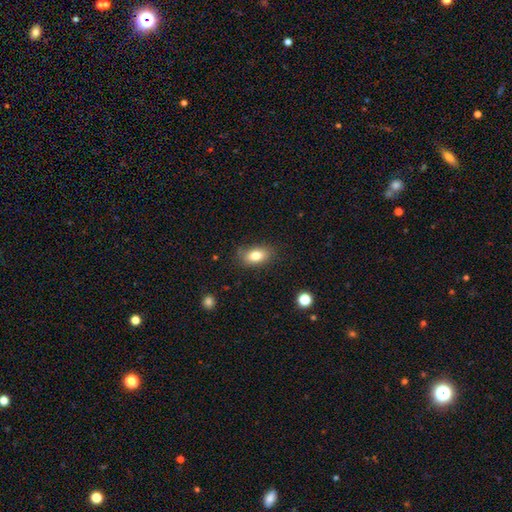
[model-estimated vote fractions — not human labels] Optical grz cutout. It shows a smooth galaxy with no disk features (81%) that is in between round and cigar-shaped (88%). Merging: none (80%).